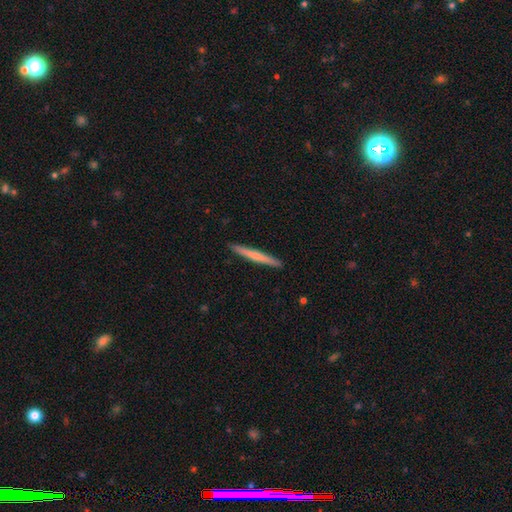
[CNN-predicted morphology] Smooth or featured: smooth — 53% (featured or disk — 42%)
How rounded: cigar-shaped — 97% (in between — 2%)
Merging: none — 92% (minor disturbance — 5%)